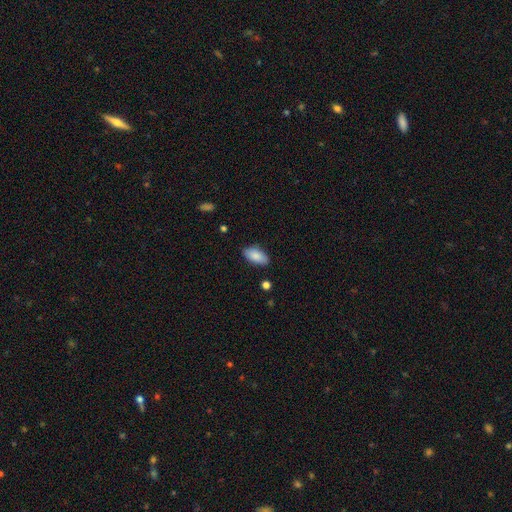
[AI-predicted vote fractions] Overall: smooth (87%). How rounded: in between (92%). Merging: none (85%).